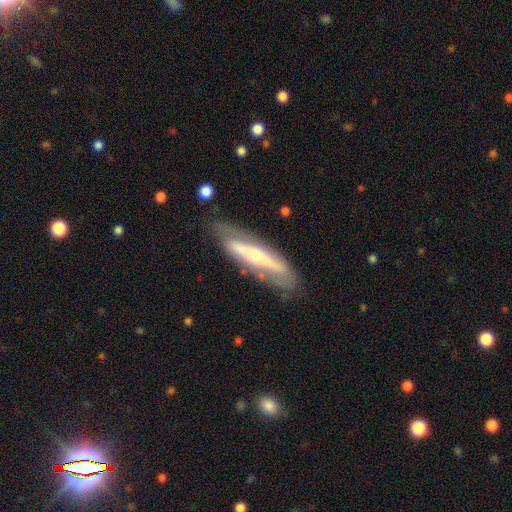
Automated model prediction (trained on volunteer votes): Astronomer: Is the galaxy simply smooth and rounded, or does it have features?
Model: featured or disk — 68%.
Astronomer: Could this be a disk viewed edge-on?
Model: yes — 51% (runner-up: no, 49%).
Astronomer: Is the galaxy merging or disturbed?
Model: none — 66%.